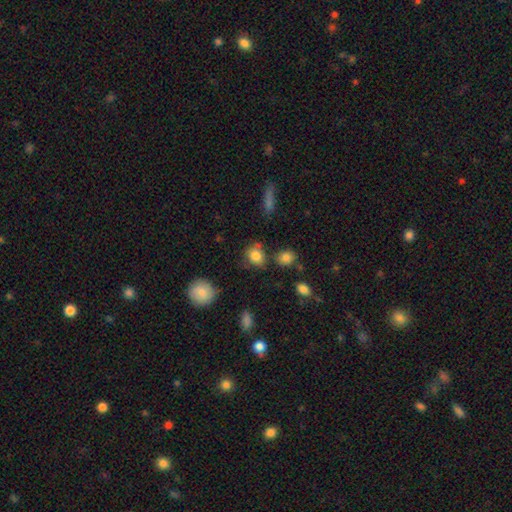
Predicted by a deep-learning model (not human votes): smooth_or_featured: smooth (p=0.82) [alt: star or artifact p=0.10]
how_rounded: round (p=0.62) [alt: in between p=0.37]
merging: none (p=0.68) [alt: minor disturbance p=0.19]